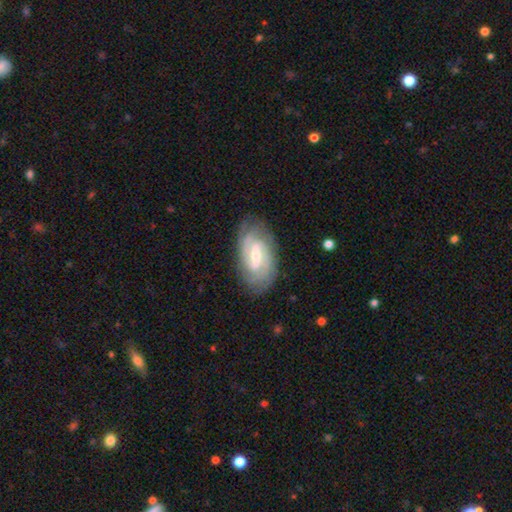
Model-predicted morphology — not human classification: Smooth or featured: featured or disk — 83% (smooth — 12%)
Edge-on disk: no — 95% (yes — 5%)
Bar: weak — 48% (strong — 38%)
Spiral arms: yes — 94% (no — 6%)
Spiral winding: tight — 52% (medium — 36%)
Spiral arm count: 2 — 52% (can't tell — 24%)
Bulge size: small — 51% (moderate — 44%)
Merging: none — 79% (minor disturbance — 15%)